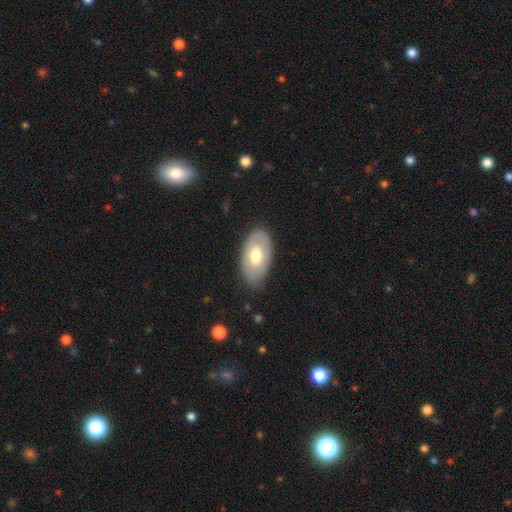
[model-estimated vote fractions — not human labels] Morphology: type=smooth (55%); roundness=in between (93%); merging=none (78%).